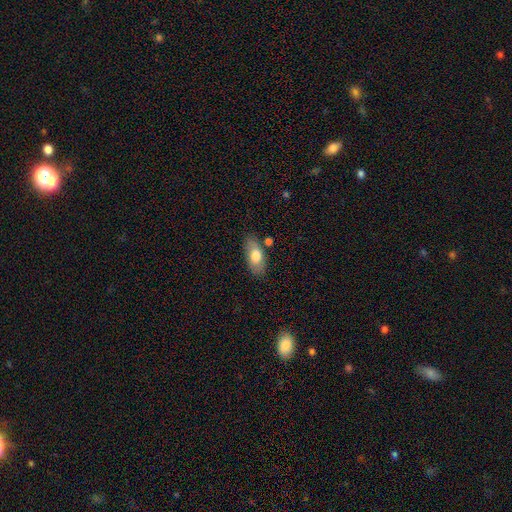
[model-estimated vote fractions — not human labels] A smooth galaxy with no disk features (73%) that is in between round and cigar-shaped (90%).

Vote fractions:
- Smooth or featured? smooth: 73% / featured or disk: 20% / star or artifact: 6%
- How rounded? in between: 90% / cigar-shaped: 7% / round: 3%
- Merging? none: 75% / minor disturbance: 16% / merger: 5% / major disturbance: 4%